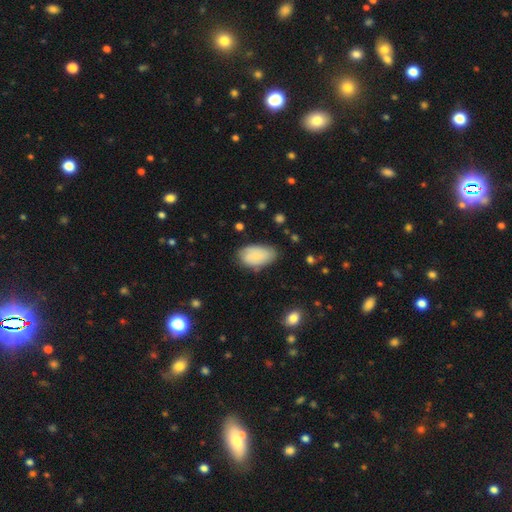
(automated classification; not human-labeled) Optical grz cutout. It shows a smooth galaxy with no disk features (71%) that is in between round and cigar-shaped (93%). Merging: none (71%).